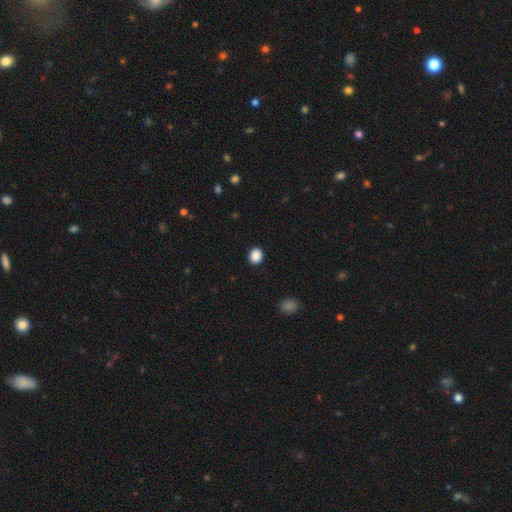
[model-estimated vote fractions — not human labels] Smooth or featured: smooth — 89% (star or artifact — 9%)
How rounded: round — 74% (in between — 25%)
Merging: none — 92% (minor disturbance — 5%)